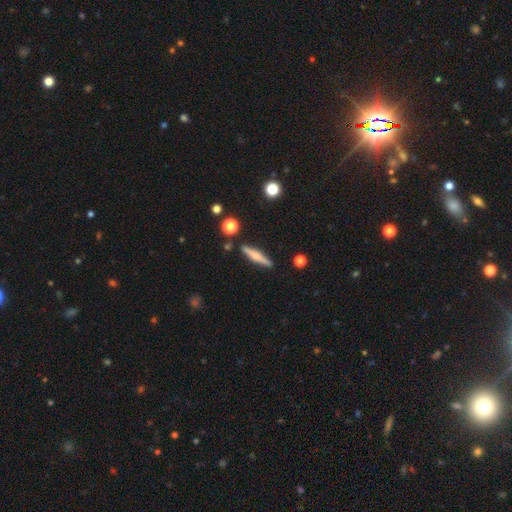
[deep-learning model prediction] Morphology: type=smooth (48%); merging=none (87%).